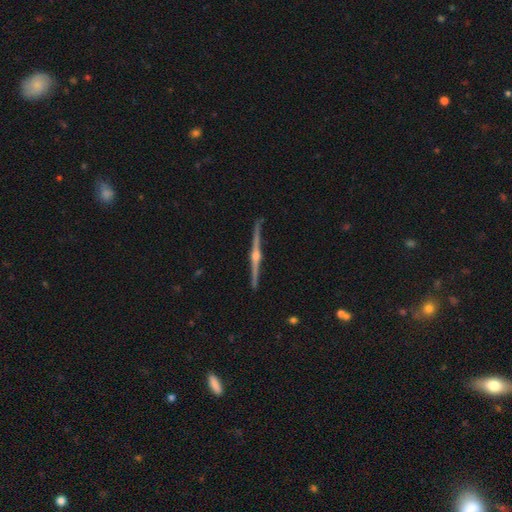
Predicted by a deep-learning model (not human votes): This is clearly a featured or disk galaxy (90%). It is clearly viewed edge-on (99%). Edge-on bulge: clearly rounded (93%). Merging: clearly none (91%).